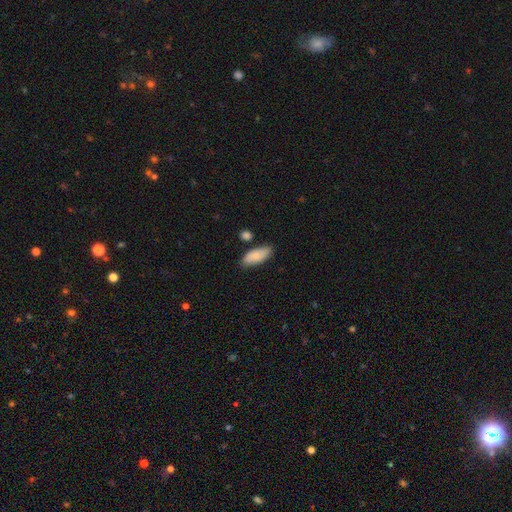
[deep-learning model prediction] Q: Smooth or featured?
A: smooth (83%); runner-up: featured or disk (11%)
Q: How rounded?
A: in between (82%); runner-up: cigar-shaped (16%)
Q: Merging?
A: none (77%); runner-up: minor disturbance (15%)